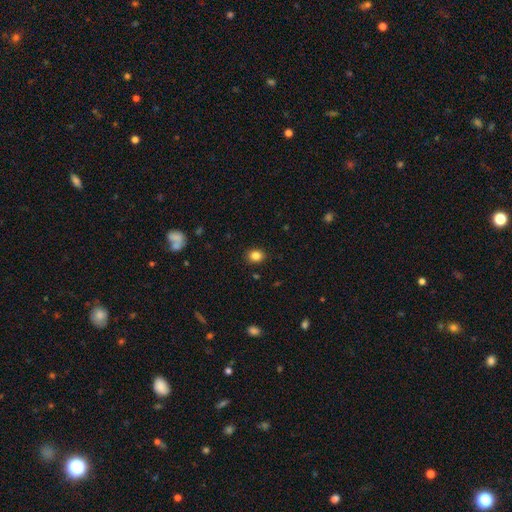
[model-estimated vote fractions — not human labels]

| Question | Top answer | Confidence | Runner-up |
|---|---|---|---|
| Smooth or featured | smooth | 85% | star or artifact (11%) |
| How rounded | round | 57% | in between (42%) |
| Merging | none | 88% | minor disturbance (8%) |